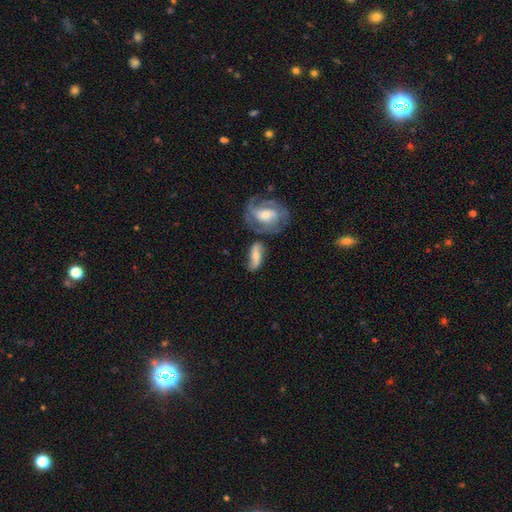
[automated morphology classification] type=featured or disk (52%); edge-on=no (85%); merging=none (52%).